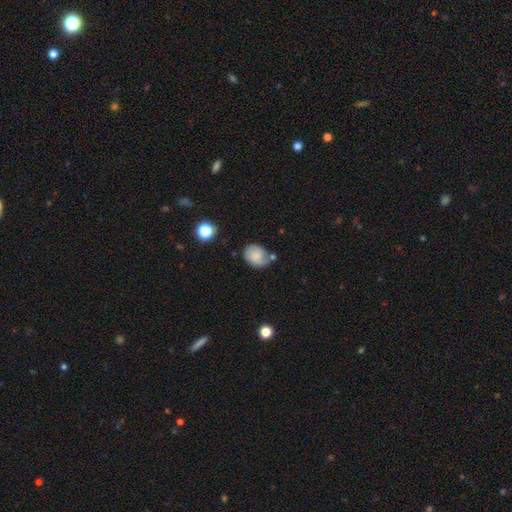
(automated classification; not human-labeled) A smooth galaxy with no disk features (64%) that is round (51%).

Vote fractions:
- Smooth or featured? smooth: 64% / featured or disk: 26% / star or artifact: 10%
- How rounded? round: 51% / in between: 48% / cigar-shaped: 1%
- Merging? none: 51% / minor disturbance: 29% / merger: 10% / major disturbance: 10%